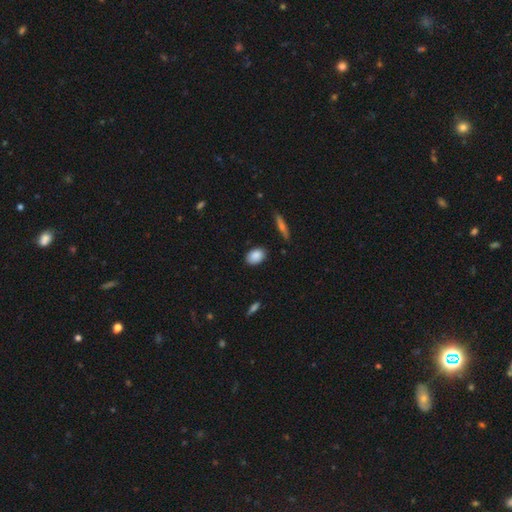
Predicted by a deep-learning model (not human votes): Smooth or featured? smooth (88%)
How rounded? in between (81%)
Merging? none (87%)